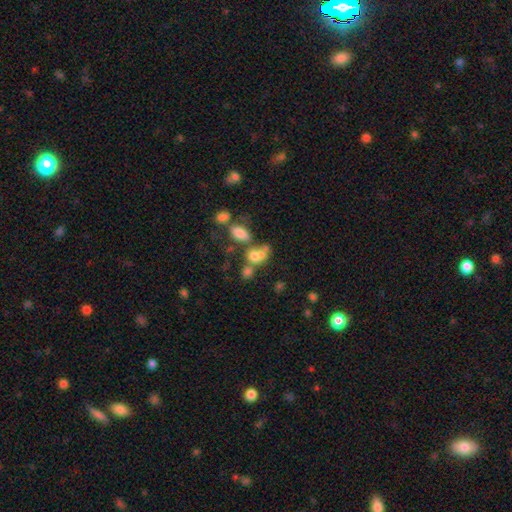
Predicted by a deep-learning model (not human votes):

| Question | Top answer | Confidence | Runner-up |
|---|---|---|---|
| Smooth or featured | smooth | 68% | featured or disk (17%) |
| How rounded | in between | 54% | round (44%) |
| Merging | merger | 48% | none (33%) |